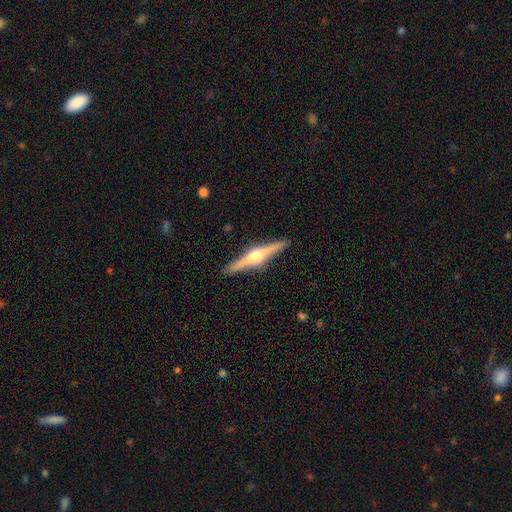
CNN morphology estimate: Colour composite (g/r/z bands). It shows a featured or disk galaxy (81%) viewed edge-on (98%) with a rounded central bulge (94%). Merging: none (92%).